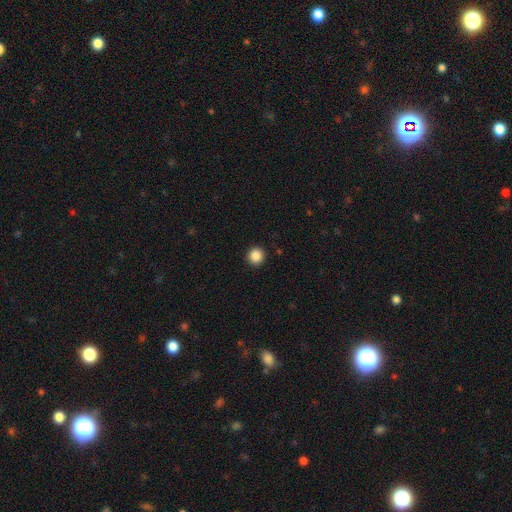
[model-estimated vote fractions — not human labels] Q: Smooth or featured?
A: smooth (87%); runner-up: star or artifact (10%)
Q: How rounded?
A: round (94%); runner-up: in between (5%)
Q: Merging?
A: none (92%); runner-up: minor disturbance (5%)